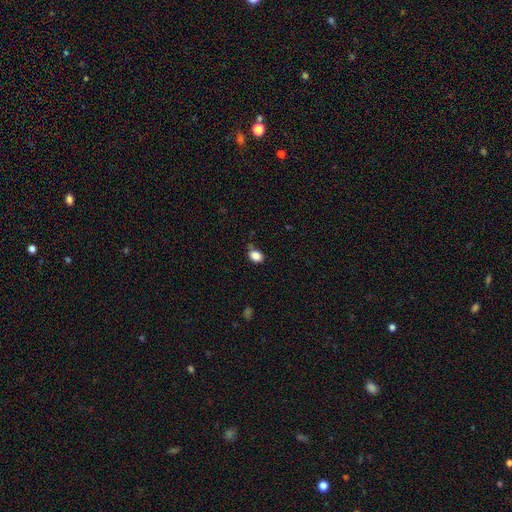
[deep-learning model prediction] Morphology: type=smooth (86%); roundness=in between (71%); merging=none (63%).